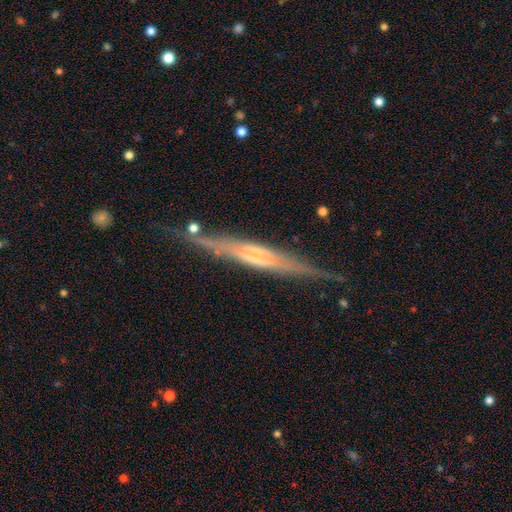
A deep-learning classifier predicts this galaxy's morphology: Smooth or featured? featured or disk (77%)
Edge-on disk? yes (95%)
Edge-on bulge? rounded (43%)
Merging? none (78%)